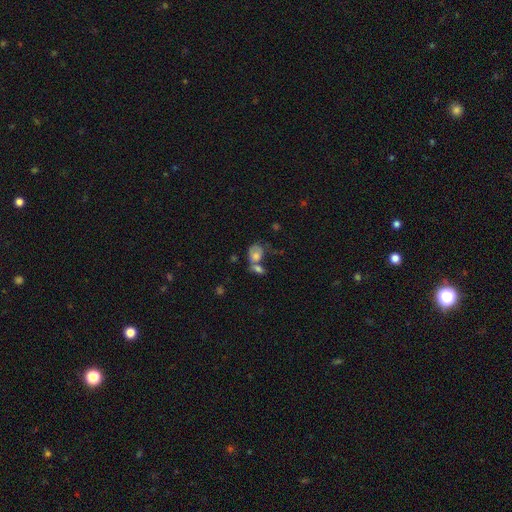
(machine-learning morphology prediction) Q: Smooth or featured?
A: smooth (66%); runner-up: featured or disk (24%)
Q: How rounded?
A: in between (68%); runner-up: round (30%)
Q: Merging?
A: merger (51%); runner-up: none (23%)